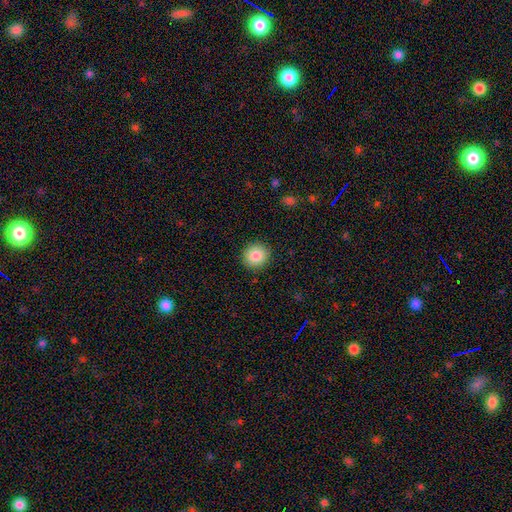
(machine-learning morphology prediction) Smooth or featured? Predicted: smooth (p=0.85). How rounded? Predicted: round (p=0.89). Merging? Predicted: none (p=0.90).